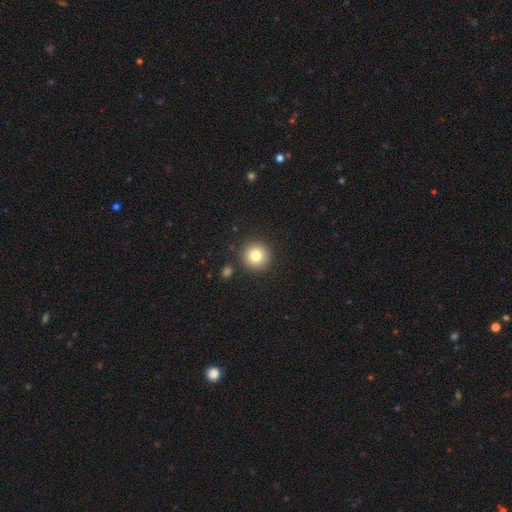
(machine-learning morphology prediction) The model was most divided on "smooth or featured": smooth: 81%, star or artifact: 11%, featured or disk: 8%. More confident: how rounded — round (95%); merging — none (89%).